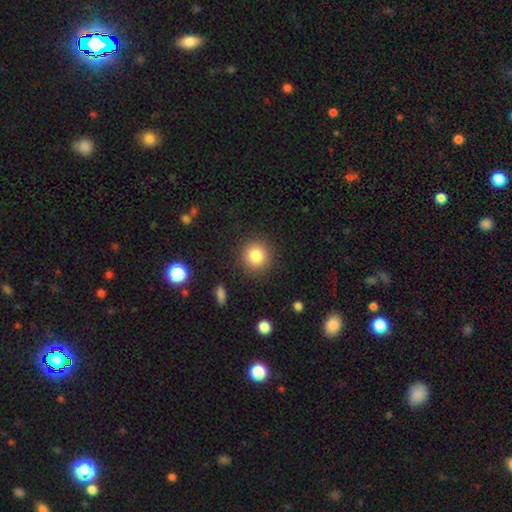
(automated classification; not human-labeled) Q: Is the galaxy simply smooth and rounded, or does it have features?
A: smooth — 83%.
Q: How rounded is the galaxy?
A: round — 92%.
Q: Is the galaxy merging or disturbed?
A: none — 88%.